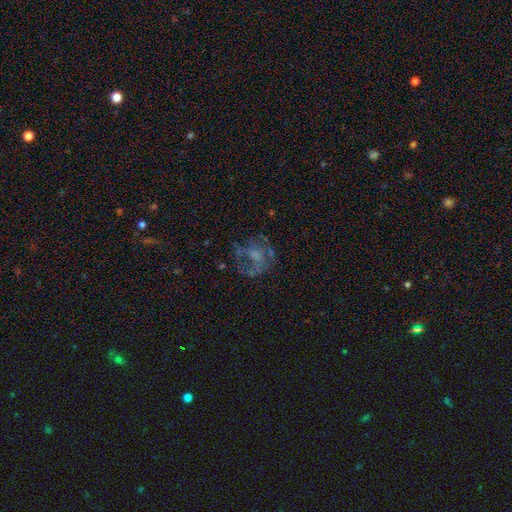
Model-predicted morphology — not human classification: Smooth or featured?
  - featured or disk: 56% *
  - smooth: 29%
  - star or artifact: 15%
Edge-on disk?
  - no: 97% *
  - yes: 3%
Bar?
  - no: 74% *
  - weak: 21%
  - strong: 5%
Spiral arms?
  - no: 70% *
  - yes: 30%
Bulge size?
  - none: 42% *
  - moderate: 27%
  - small: 23%
  - large: 6%
  - dominant: 1%
Merging?
  - none: 51% *
  - major disturbance: 28%
  - minor disturbance: 18%
  - merger: 4%